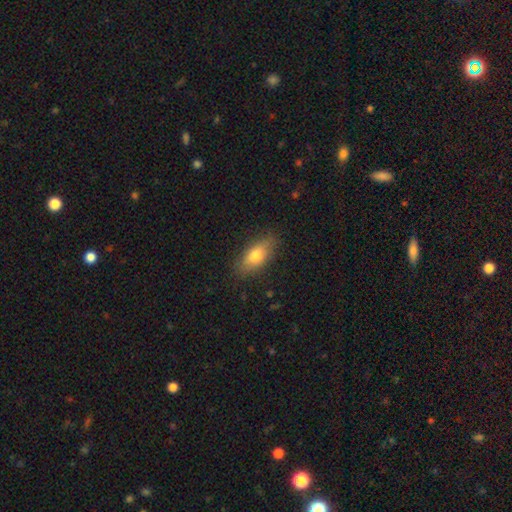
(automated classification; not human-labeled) Overall: smooth (73%). How rounded: in between (78%). Merging: none (82%).